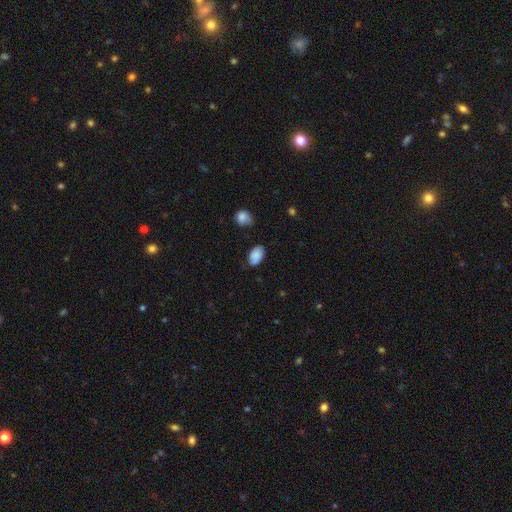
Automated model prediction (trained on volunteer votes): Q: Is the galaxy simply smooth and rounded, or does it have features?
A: smooth — 82%.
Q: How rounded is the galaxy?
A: in between — 90%.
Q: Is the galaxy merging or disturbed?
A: none — 67%.